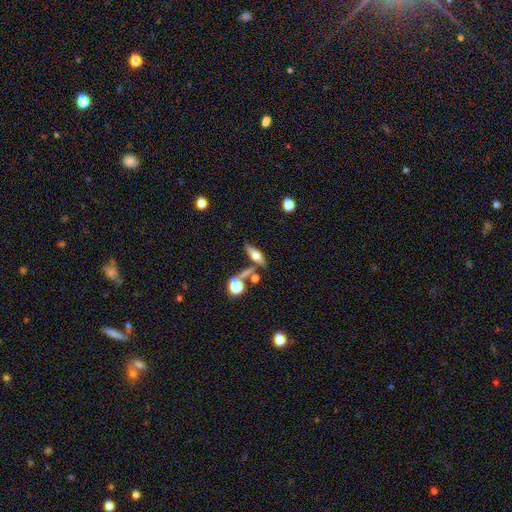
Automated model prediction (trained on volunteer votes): Overall: featured or disk (50%; smooth 40%). Edge-on disk: yes (87%). Merging: none (64%).